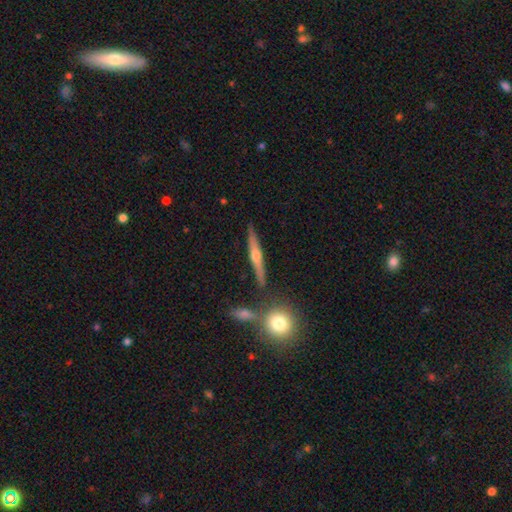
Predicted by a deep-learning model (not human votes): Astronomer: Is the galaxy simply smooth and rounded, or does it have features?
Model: featured or disk — 69%.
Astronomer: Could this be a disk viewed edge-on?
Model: yes — 96%.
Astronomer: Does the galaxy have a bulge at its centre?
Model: rounded — 89%.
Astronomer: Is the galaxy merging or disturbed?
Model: none — 84%.